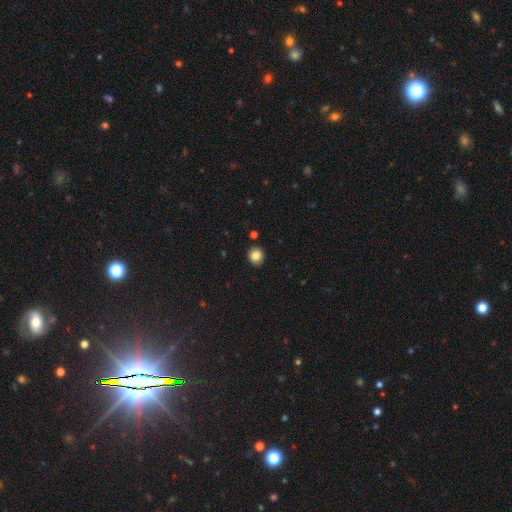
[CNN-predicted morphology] Smooth or featured? Predicted: smooth (p=0.84). How rounded? Predicted: round (p=0.78). Merging? Predicted: none (p=0.91).